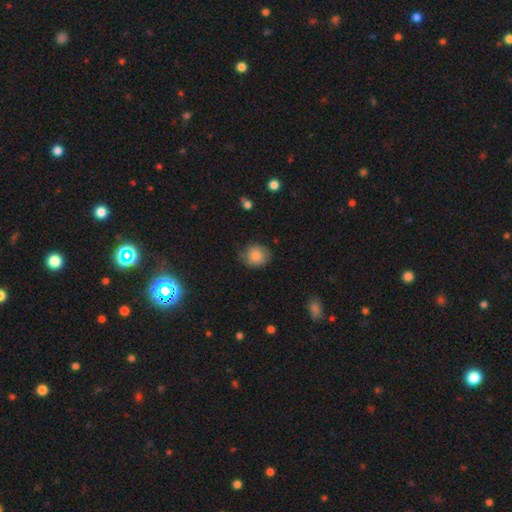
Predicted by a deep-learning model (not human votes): Overall: smooth (73%). How rounded: round (74%). Merging: none (62%; minor disturbance 28%).